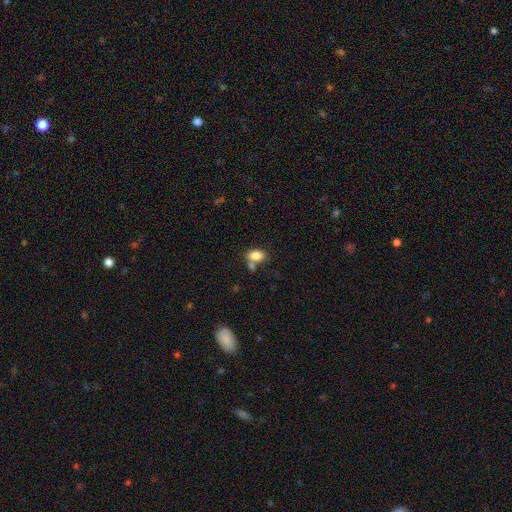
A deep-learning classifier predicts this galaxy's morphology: This appears to be a smooth galaxy with no disk features (84%) that is in between round and cigar-shaped (88%). Merging: none (54%).